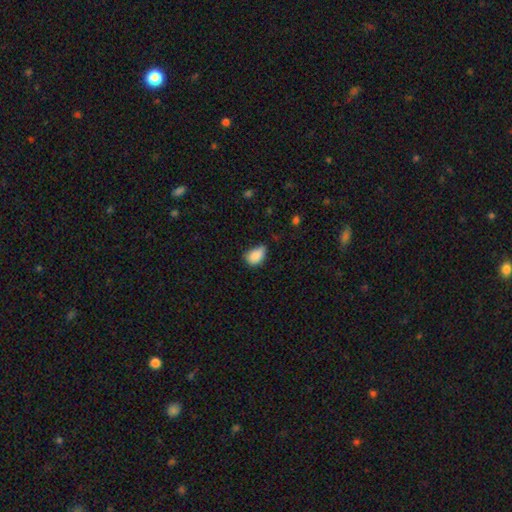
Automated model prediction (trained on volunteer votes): A smooth galaxy with no disk features (87%) that is in between round and cigar-shaped (81%). Merging: minor disturbance (45%).